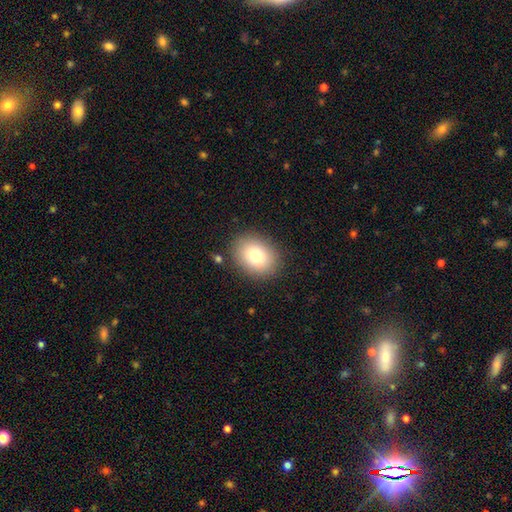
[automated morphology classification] Smooth or featured: smooth — 81% (featured or disk — 10%)
How rounded: in between — 58% (round — 41%)
Merging: none — 87% (minor disturbance — 9%)